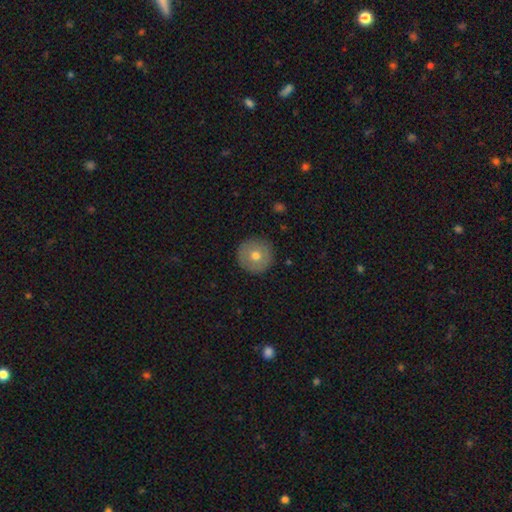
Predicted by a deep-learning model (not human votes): smooth 68%, featured or disk 24%, star or artifact 8%. Down the decision tree: how rounded — round (97%); merging — none (91%).